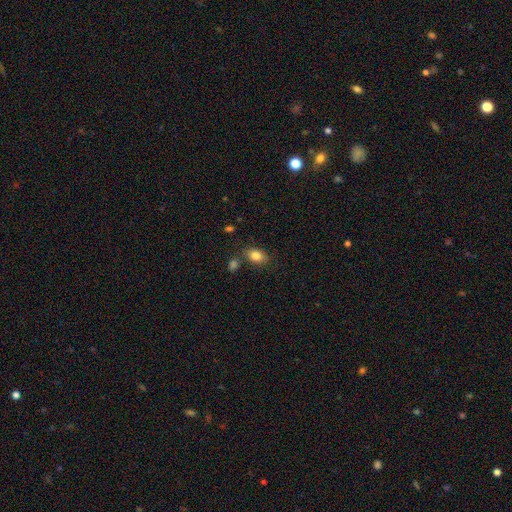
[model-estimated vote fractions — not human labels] Smooth or featured?
  - smooth: 83% *
  - star or artifact: 9%
  - featured or disk: 8%
How rounded?
  - in between: 84% *
  - round: 14%
  - cigar-shaped: 2%
Merging?
  - none: 76% *
  - minor disturbance: 13%
  - merger: 8%
  - major disturbance: 3%